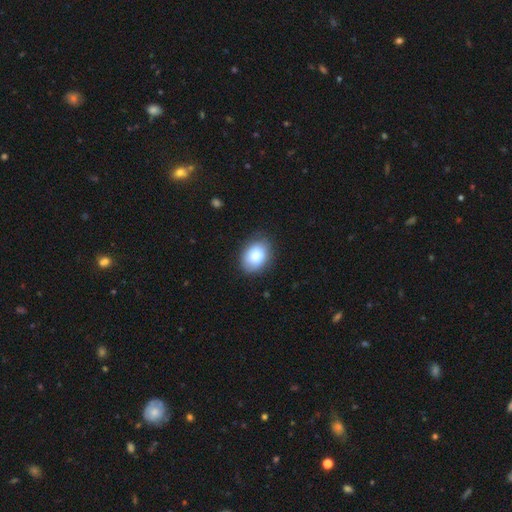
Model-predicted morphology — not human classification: This is clearly a smooth galaxy (81%). How rounded: likely in between (69%). Merging: likely none (80%).